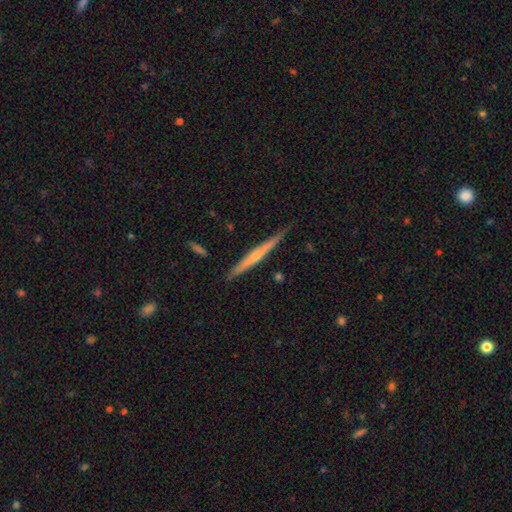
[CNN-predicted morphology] This appears to be a featured or disk galaxy (62%) viewed edge-on (97%) with a rounded central bulge (57%). Merging: none (84%).